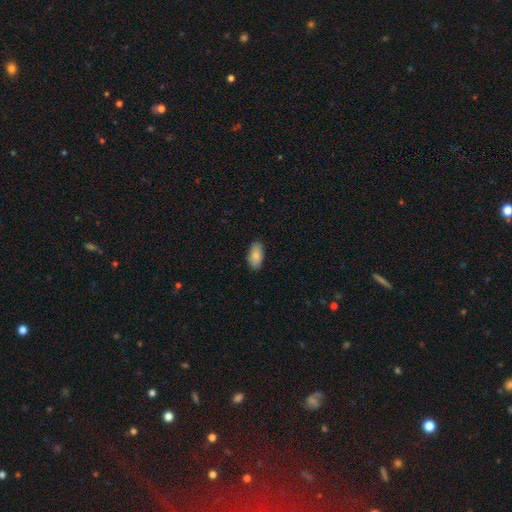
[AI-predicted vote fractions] A smooth galaxy with no disk features (86%) that is in between round and cigar-shaped (94%).

Vote fractions:
- Smooth or featured? smooth: 86% / featured or disk: 7% / star or artifact: 6%
- How rounded? in between: 94% / cigar-shaped: 4% / round: 3%
- Merging? none: 87% / minor disturbance: 11% / major disturbance: 2% / merger: 1%